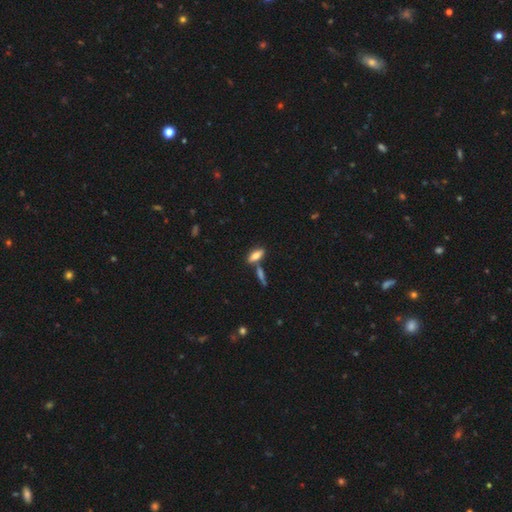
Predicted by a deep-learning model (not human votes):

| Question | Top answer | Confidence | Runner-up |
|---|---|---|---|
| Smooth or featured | smooth | 70% | featured or disk (22%) |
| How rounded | in between | 70% | cigar-shaped (27%) |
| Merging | none | 66% | merger (20%) |